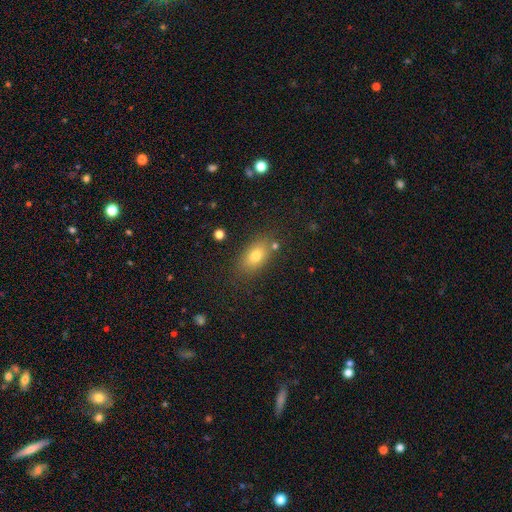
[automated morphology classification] This appears to be a smooth galaxy with no disk features (76%) that is in between round and cigar-shaped (83%). Merging: none (78%).